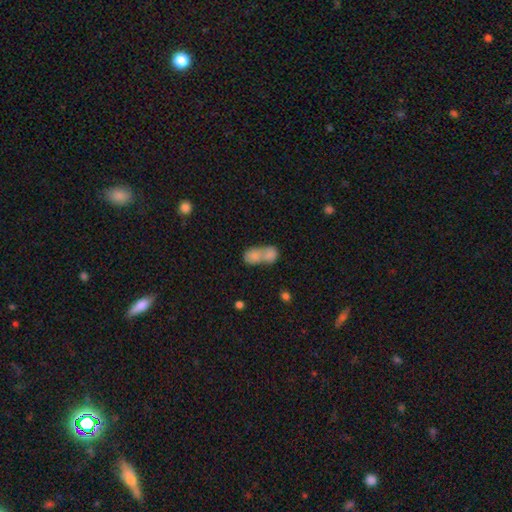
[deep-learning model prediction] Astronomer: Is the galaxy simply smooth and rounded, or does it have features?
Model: smooth — 79%.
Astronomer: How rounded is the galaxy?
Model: in between — 67%.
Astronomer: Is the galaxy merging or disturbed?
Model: merger — 75%.